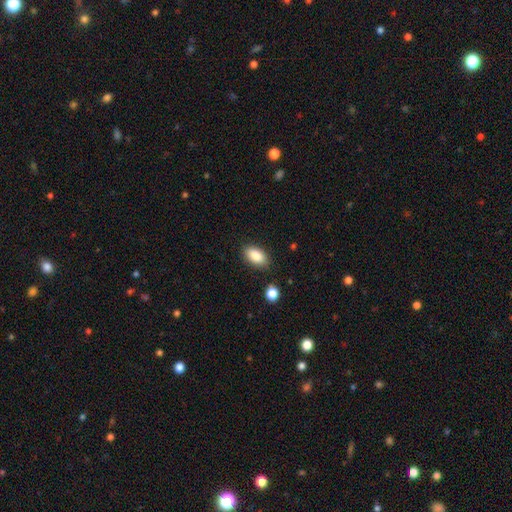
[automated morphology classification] This appears to be a smooth galaxy with no disk features (87%) that is in between round and cigar-shaped (92%). Merging: none (85%).